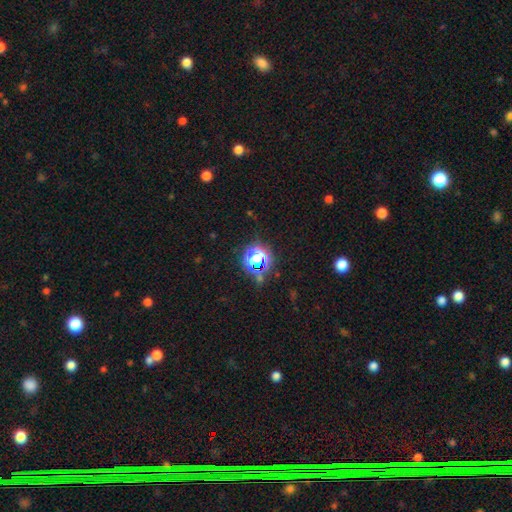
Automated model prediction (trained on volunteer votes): Smooth or featured?
  - star or artifact: 60% *
  - smooth: 30%
  - featured or disk: 10%